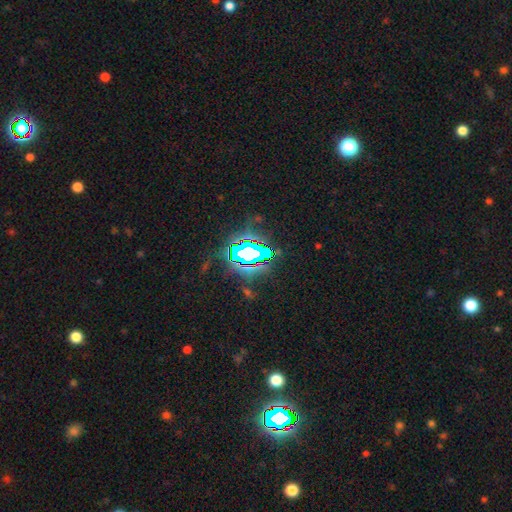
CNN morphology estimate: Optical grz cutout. It shows a star or artifact, not a galaxy (74%).